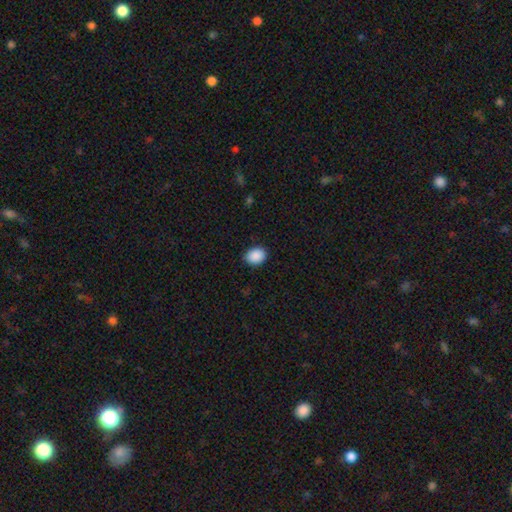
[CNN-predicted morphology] Overall: smooth (90%). How rounded: in between (65%; round 34%). Merging: none (88%).